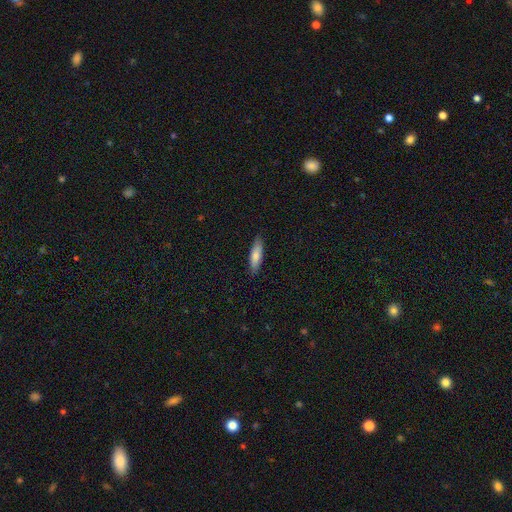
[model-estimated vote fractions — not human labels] Smooth or featured? smooth (79%)
How rounded? cigar-shaped (62%)
Merging? none (88%)